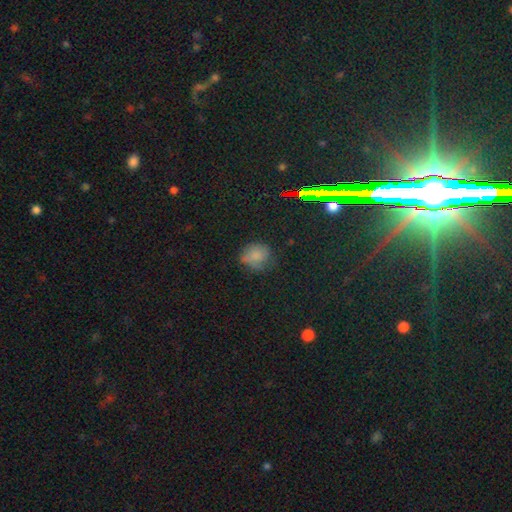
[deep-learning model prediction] Smooth or featured? Predicted: smooth (p=0.70). How rounded? Predicted: round (p=0.68). Merging? Predicted: none (p=0.56).